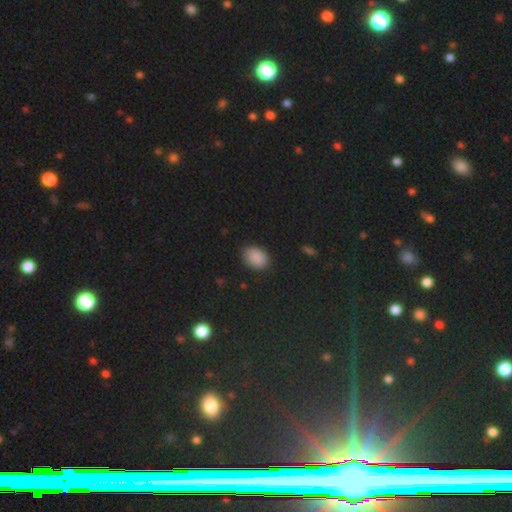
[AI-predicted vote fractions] Smooth or featured: smooth — 87% (star or artifact — 10%)
How rounded: in between — 77% (round — 22%)
Merging: none — 84% (minor disturbance — 12%)